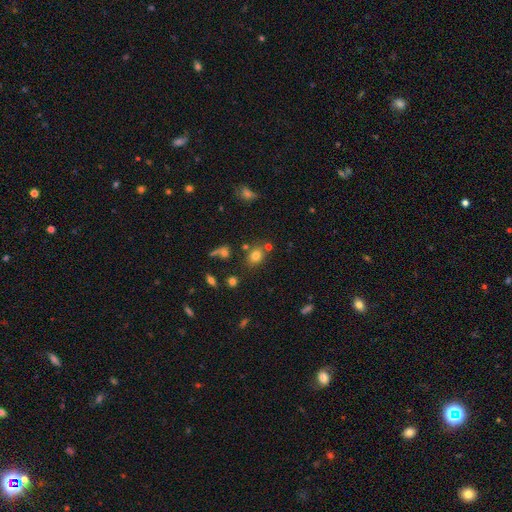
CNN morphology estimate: type=smooth (75%); roundness=round (52%); merging=none (73%).